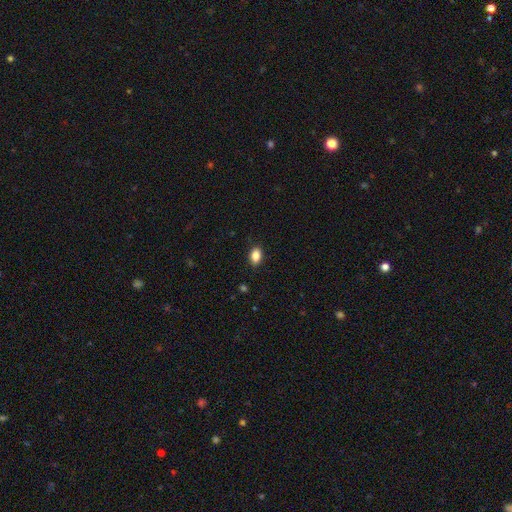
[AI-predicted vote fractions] smooth 86%, star or artifact 9%, featured or disk 6%. Down the decision tree: how rounded — in between (86%); merging — none (87%).